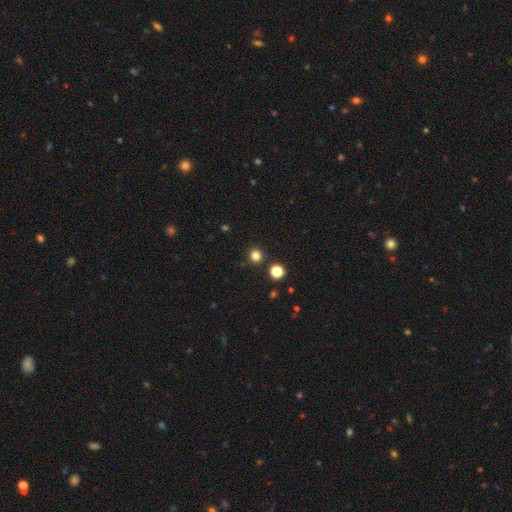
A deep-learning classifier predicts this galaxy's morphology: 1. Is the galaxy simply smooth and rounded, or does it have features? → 80% smooth, 16% star or artifact, 4% featured or disk.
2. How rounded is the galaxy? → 93% round, 6% in between, 1% cigar-shaped.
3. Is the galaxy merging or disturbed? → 88% none, 6% minor disturbance, 4% merger, 2% major disturbance.